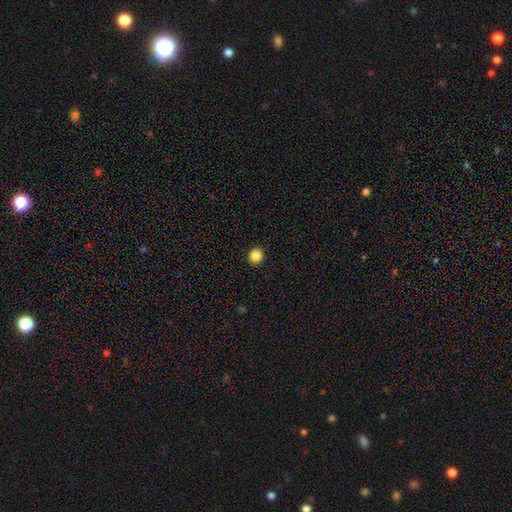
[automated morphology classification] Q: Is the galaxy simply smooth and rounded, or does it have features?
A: smooth — 86%.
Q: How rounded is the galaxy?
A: round — 91%.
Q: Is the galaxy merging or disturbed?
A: none — 93%.